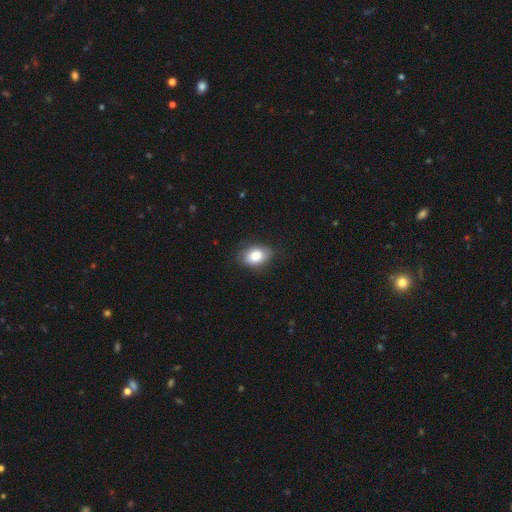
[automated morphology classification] A smooth galaxy with no disk features (82%) that is in between round and cigar-shaped (82%). Merging: none (78%).